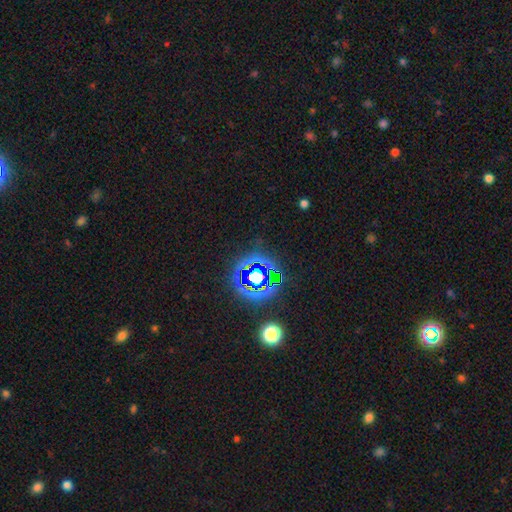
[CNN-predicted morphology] Smooth or featured?
  - star or artifact: 82% *
  - smooth: 11%
  - featured or disk: 6%